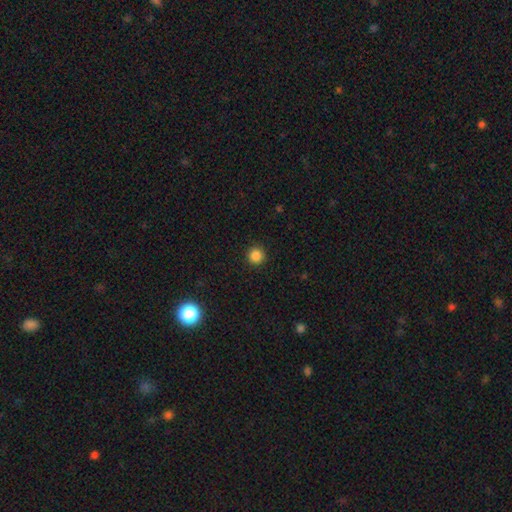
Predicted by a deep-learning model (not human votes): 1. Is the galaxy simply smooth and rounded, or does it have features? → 86% smooth, 12% star or artifact, 3% featured or disk.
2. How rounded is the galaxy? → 95% round, 4% in between, 1% cigar-shaped.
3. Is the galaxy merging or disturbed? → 92% none, 5% minor disturbance, 2% major disturbance, 1% merger.